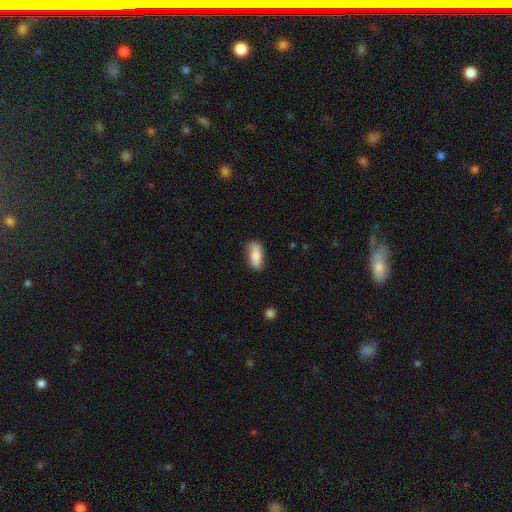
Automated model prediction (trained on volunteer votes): Overall: smooth (78%). How rounded: in between (82%). Merging: none (72%).